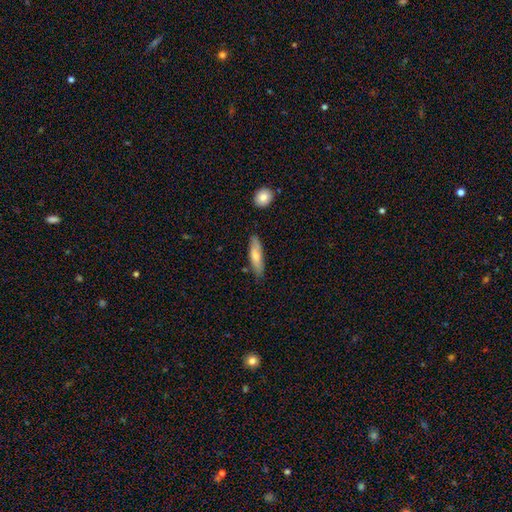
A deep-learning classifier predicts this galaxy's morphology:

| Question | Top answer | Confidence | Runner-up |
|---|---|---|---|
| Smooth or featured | smooth | 71% | featured or disk (23%) |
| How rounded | cigar-shaped | 68% | in between (31%) |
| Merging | none | 78% | minor disturbance (16%) |